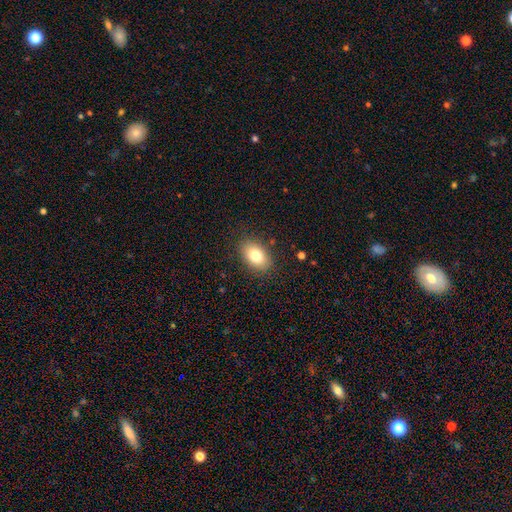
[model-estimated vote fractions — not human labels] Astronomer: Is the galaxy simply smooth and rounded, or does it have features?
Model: smooth — 80%.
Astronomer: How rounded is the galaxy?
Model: in between — 88%.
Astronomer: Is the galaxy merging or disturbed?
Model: none — 86%.